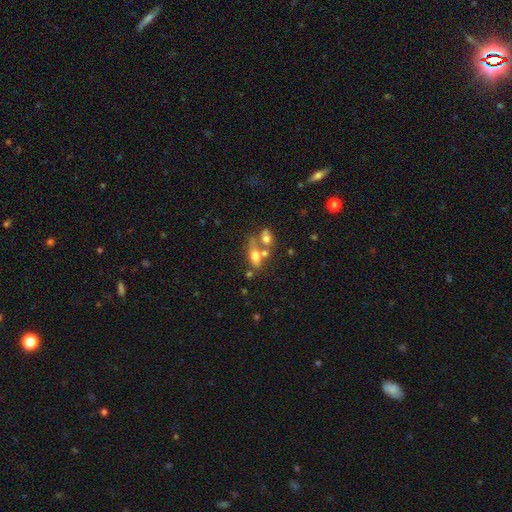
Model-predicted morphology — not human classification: Smooth or featured? Predicted: smooth (p=0.64). How rounded? Predicted: in between (p=0.72). Merging? Predicted: merger (p=0.45).